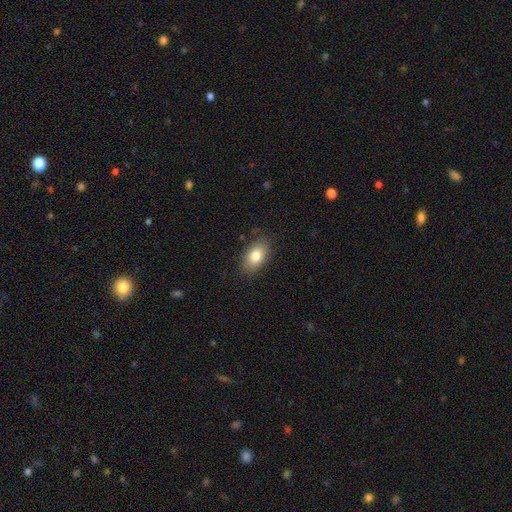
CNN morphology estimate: Smooth or featured? Predicted: smooth (p=0.81). How rounded? Predicted: in between (p=0.90). Merging? Predicted: none (p=0.84).